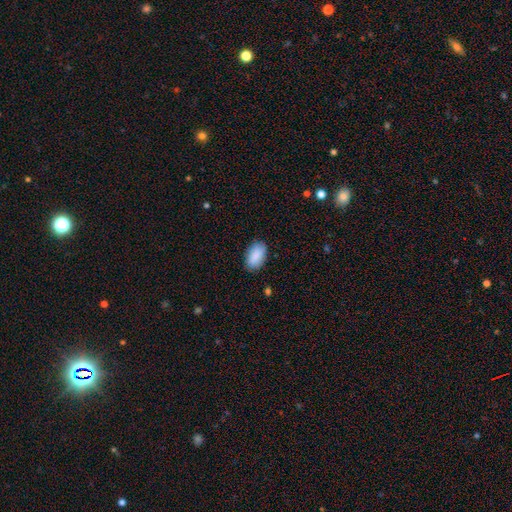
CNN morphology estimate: A smooth galaxy with no disk features (90%) that is in between round and cigar-shaped (94%).

Vote fractions:
- Smooth or featured? smooth: 90% / star or artifact: 6% / featured or disk: 4%
- How rounded? in between: 94% / round: 4% / cigar-shaped: 2%
- Merging? none: 84% / minor disturbance: 12% / major disturbance: 2% / merger: 1%